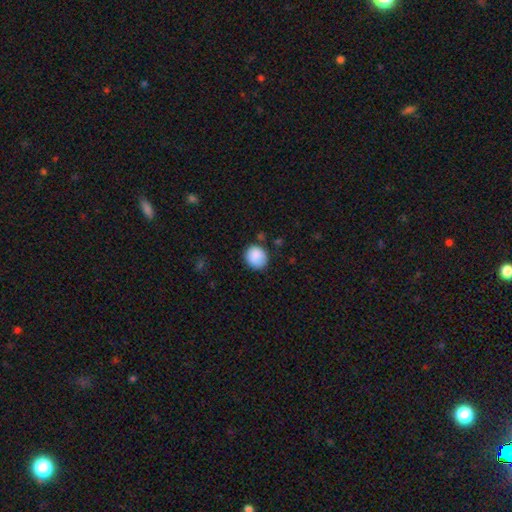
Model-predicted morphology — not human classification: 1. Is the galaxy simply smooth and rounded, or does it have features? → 88% smooth, 8% star or artifact, 4% featured or disk.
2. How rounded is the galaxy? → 82% round, 17% in between, 1% cigar-shaped.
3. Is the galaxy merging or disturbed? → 78% none, 16% minor disturbance, 4% major disturbance, 3% merger.